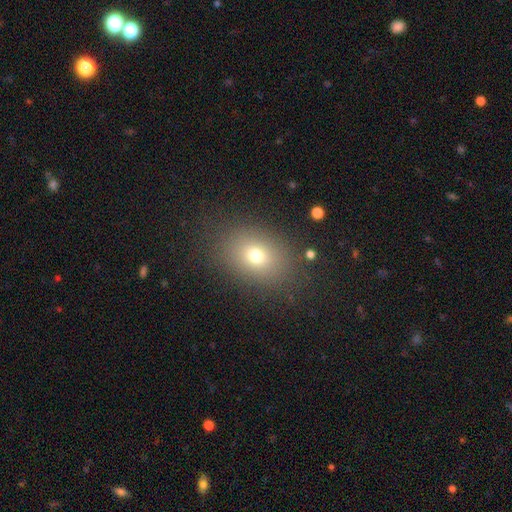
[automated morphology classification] smooth-or-featured: smooth: 72% | star or artifact: 16% | featured or disk: 12%
  how-rounded: in between: 63% | round: 36% | cigar-shaped: 1%
  merging: none: 83% | minor disturbance: 10% | major disturbance: 5% | merger: 2%